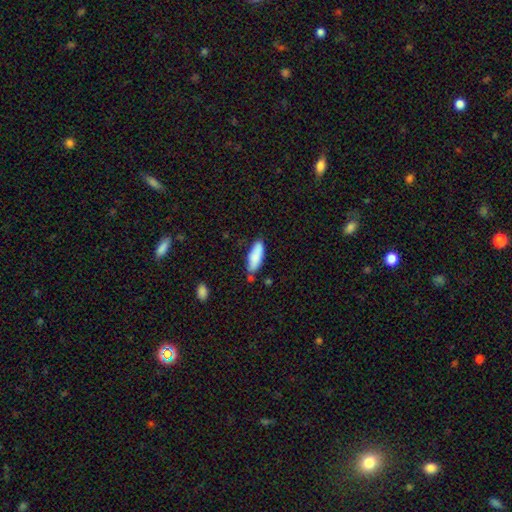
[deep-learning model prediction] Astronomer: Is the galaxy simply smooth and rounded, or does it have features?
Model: smooth — 86%.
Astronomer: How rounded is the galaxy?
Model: in between — 63%.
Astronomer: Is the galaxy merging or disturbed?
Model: none — 72%.